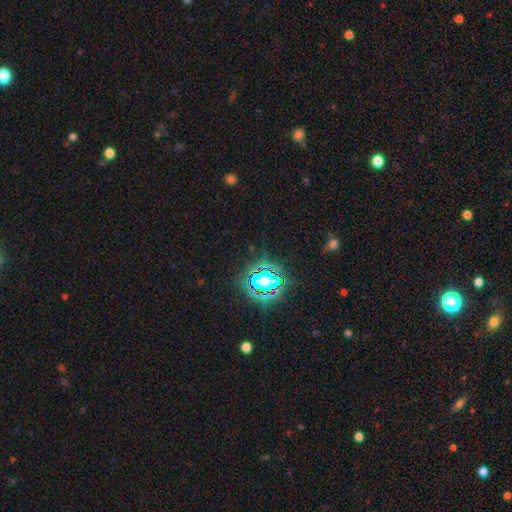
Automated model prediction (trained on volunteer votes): Smooth or featured? star or artifact (78%)